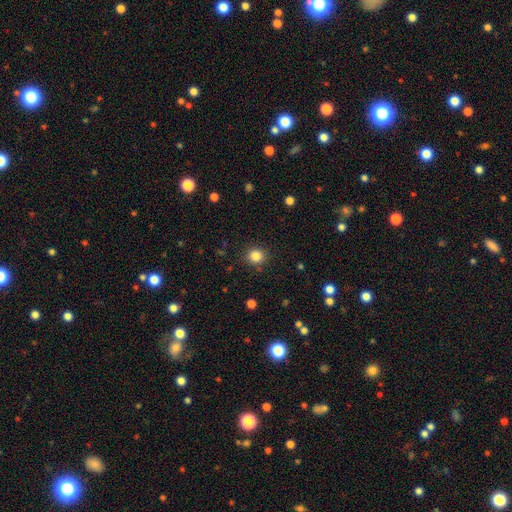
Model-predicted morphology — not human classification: Smooth or featured: smooth — 84% (star or artifact — 12%)
How rounded: round — 85% (in between — 14%)
Merging: none — 88% (minor disturbance — 8%)